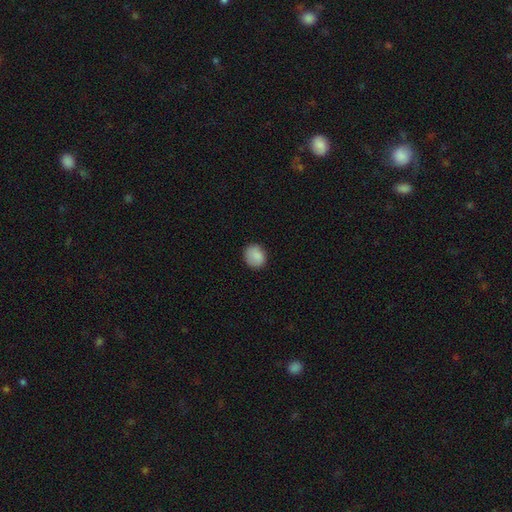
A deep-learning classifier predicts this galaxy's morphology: smooth_or_featured: smooth (p=0.86) [alt: star or artifact p=0.08]
how_rounded: round (p=0.64) [alt: in between p=0.35]
merging: none (p=0.81) [alt: minor disturbance p=0.15]